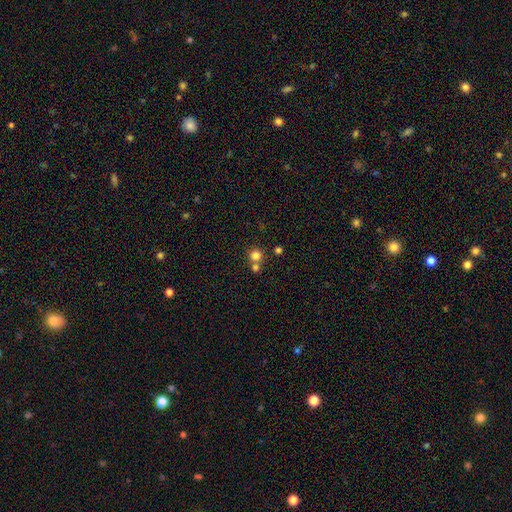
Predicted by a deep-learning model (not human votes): This appears to be a smooth galaxy with no disk features (79%) that is round (92%). Merging: none (58%).